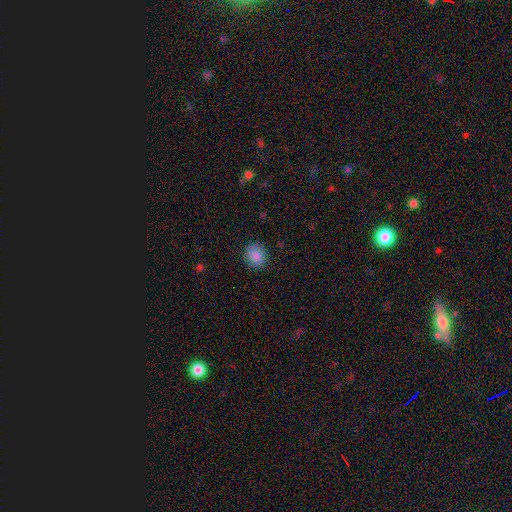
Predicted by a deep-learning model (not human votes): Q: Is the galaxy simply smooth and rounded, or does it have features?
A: smooth — 87%.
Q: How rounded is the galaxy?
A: round — 68%.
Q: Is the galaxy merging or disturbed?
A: none — 84%.